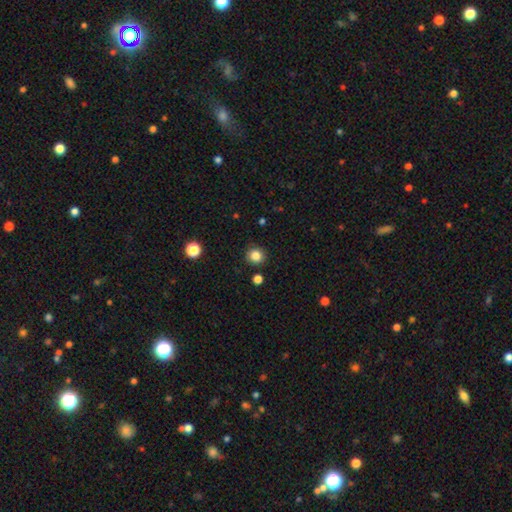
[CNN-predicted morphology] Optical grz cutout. It shows a smooth galaxy with no disk features (84%) that is round (91%). Merging: none (89%).